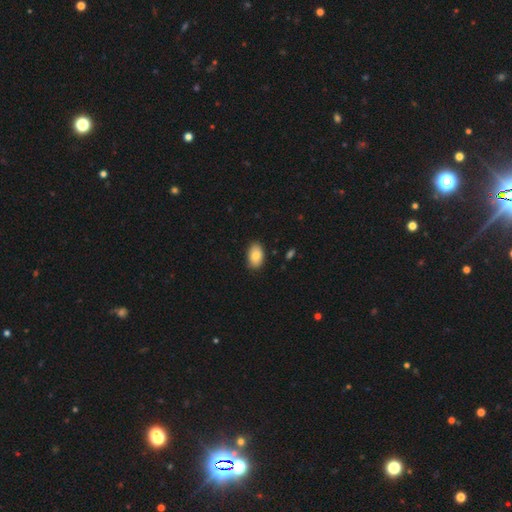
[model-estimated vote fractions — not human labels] A smooth galaxy with no disk features (85%) that is in between round and cigar-shaped (92%). Merging: none (86%).